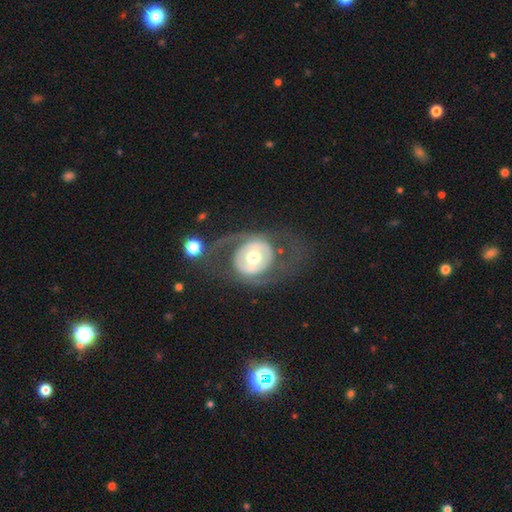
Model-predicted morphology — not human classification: Smooth or featured? featured or disk (68%)
Edge-on disk? no (95%)
Bar? no (55%)
Spiral arms? no (59%)
Bulge size? moderate (71%)
Merging? none (54%)